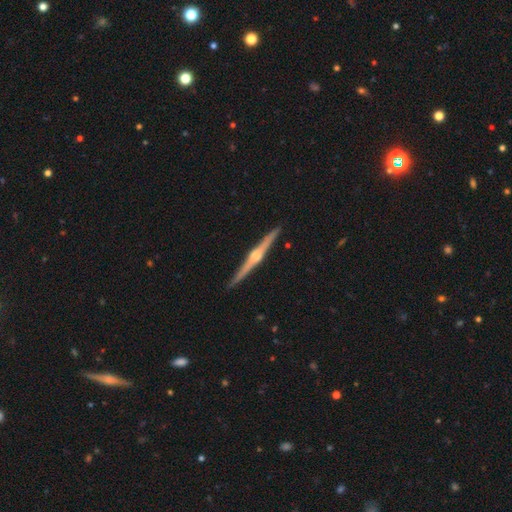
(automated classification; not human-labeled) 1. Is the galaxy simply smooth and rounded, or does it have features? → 86% featured or disk, 10% smooth, 5% star or artifact.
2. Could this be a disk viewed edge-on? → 99% yes, 1% no.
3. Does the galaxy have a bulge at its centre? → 89% rounded, 6% boxy, 4% none.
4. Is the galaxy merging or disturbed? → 92% none, 6% minor disturbance, 1% major disturbance, 1% merger.